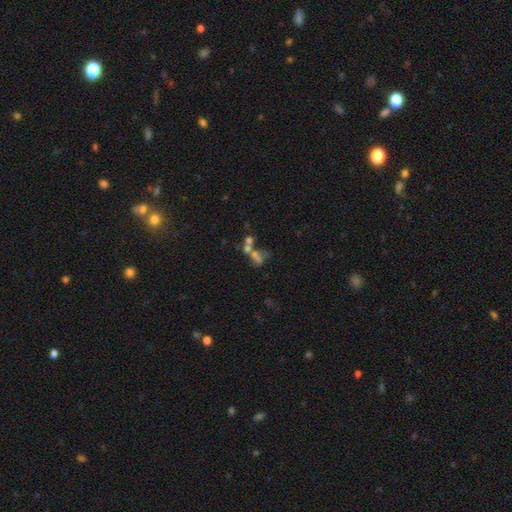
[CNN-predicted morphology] Overall: smooth (43%; featured or disk 35%). Merging: merger (53%; none 20%).